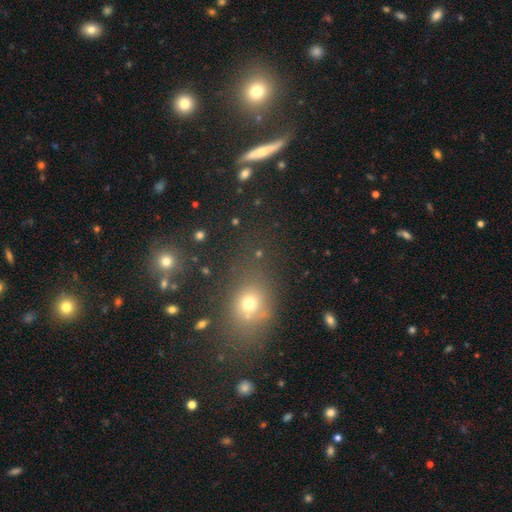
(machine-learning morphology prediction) Smooth or featured?
  - smooth: 53% *
  - star or artifact: 31%
  - featured or disk: 16%
How rounded?
  - round: 47% *
  - in between: 45%
  - cigar-shaped: 8%
Merging?
  - none: 73% *
  - minor disturbance: 13%
  - major disturbance: 7%
  - merger: 7%